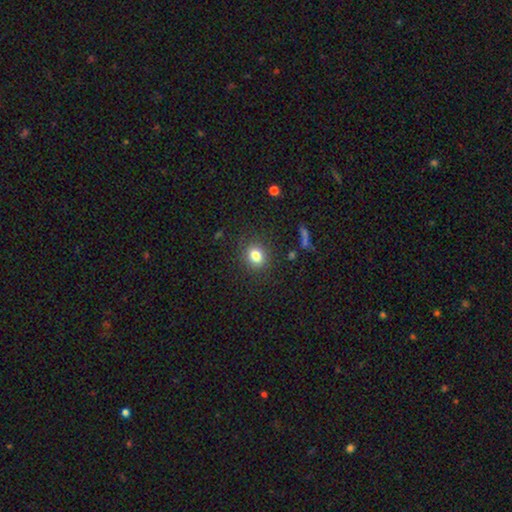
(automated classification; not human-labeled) Overall: smooth (82%). How rounded: round (63%; in between 36%). Merging: none (85%).